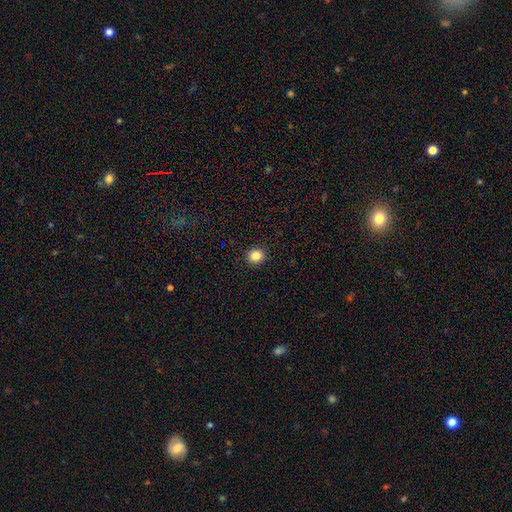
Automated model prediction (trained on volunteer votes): smooth 85%, star or artifact 11%, featured or disk 4%. Down the decision tree: how rounded — round (88%); merging — none (93%).